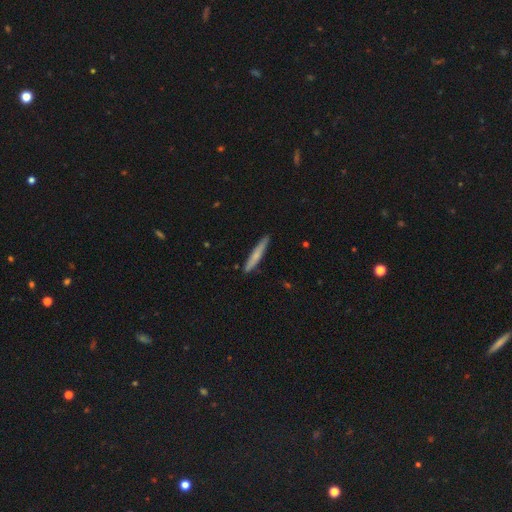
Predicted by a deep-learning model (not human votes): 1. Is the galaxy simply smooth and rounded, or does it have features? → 63% smooth, 31% featured or disk, 6% star or artifact.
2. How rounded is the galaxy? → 95% cigar-shaped, 4% in between, 1% round.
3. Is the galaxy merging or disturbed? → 89% none, 8% minor disturbance, 1% major disturbance, 1% merger.